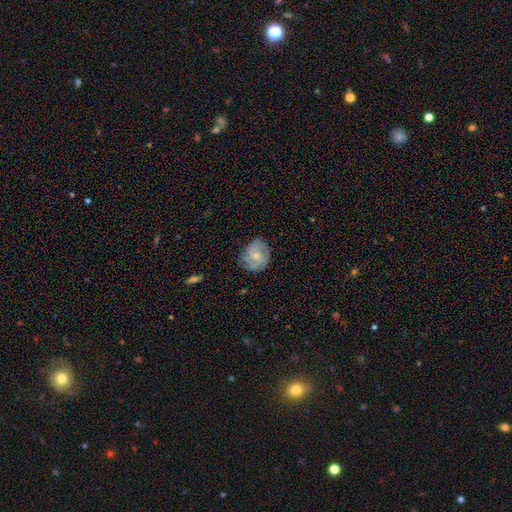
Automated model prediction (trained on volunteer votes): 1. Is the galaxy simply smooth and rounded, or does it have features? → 63% featured or disk, 30% smooth, 7% star or artifact.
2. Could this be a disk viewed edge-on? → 97% no, 3% yes.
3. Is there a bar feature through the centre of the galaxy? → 75% no, 22% weak, 3% strong.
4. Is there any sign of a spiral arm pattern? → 86% yes, 14% no.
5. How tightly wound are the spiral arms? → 48% tight, 39% medium, 13% loose.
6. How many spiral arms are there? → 30% 2, 29% can't tell, 26% 3, 7% 4, 4% 1, 4% more than 4.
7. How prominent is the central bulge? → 50% small, 41% moderate, 6% none, 2% large, 1% dominant.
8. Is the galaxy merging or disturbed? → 68% none, 23% minor disturbance, 8% major disturbance, 2% merger.